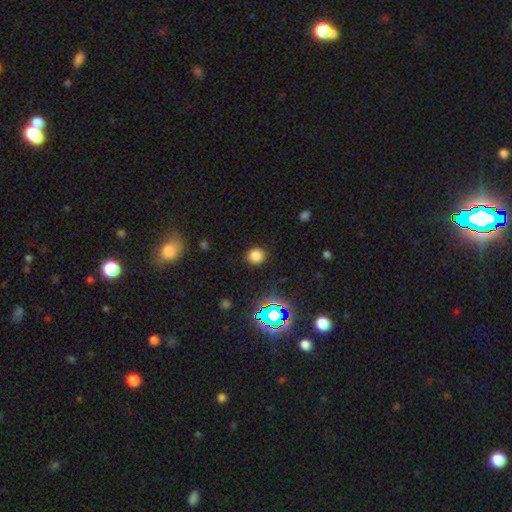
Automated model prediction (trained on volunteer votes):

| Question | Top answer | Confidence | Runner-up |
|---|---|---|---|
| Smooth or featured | smooth | 76% | star or artifact (19%) |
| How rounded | round | 83% | in between (16%) |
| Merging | none | 88% | minor disturbance (7%) |